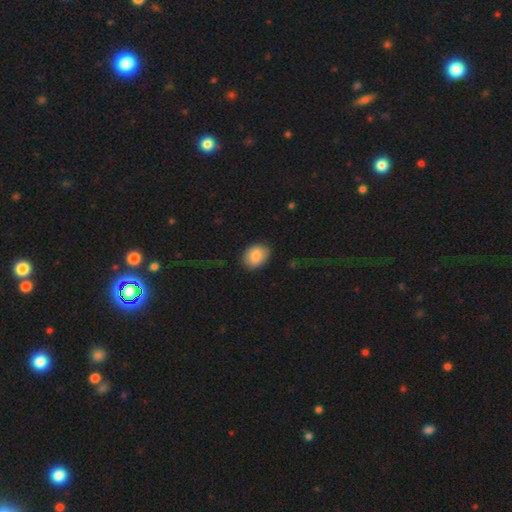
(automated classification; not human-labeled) Q: Smooth or featured?
A: smooth (86%); runner-up: star or artifact (7%)
Q: How rounded?
A: in between (65%); runner-up: round (34%)
Q: Merging?
A: none (85%); runner-up: minor disturbance (12%)